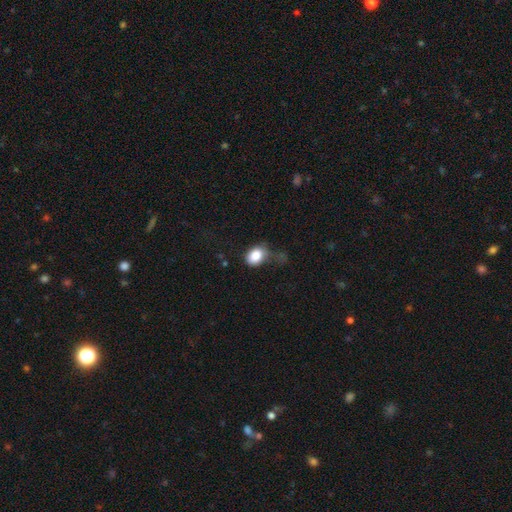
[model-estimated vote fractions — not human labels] The model was most divided on "merging": none: 38%, minor disturbance: 32%, major disturbance: 24%, merger: 6%. More confident: smooth or featured — smooth (85%); how rounded — in between (67%).